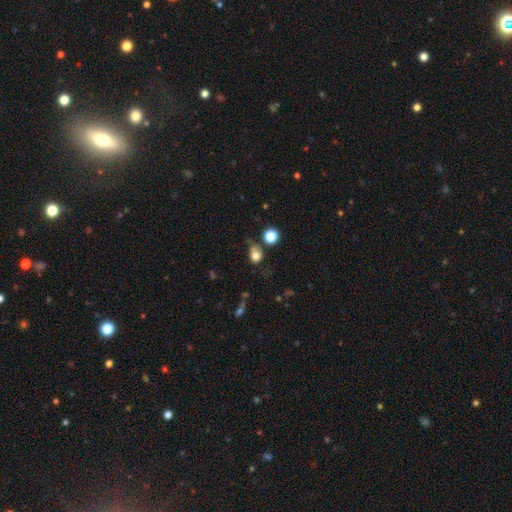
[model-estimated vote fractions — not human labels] Morphology: type=smooth (75%); roundness=round (67%); merging=none (50%).